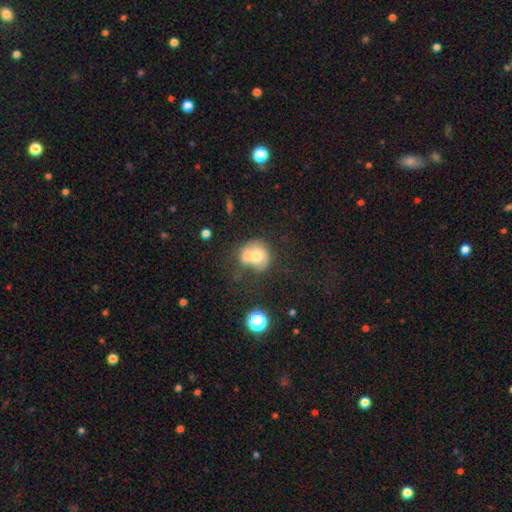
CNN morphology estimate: Q: Smooth or featured?
A: smooth (56%); runner-up: featured or disk (33%)
Q: How rounded?
A: round (73%); runner-up: in between (26%)
Q: Merging?
A: merger (39%); runner-up: none (31%)